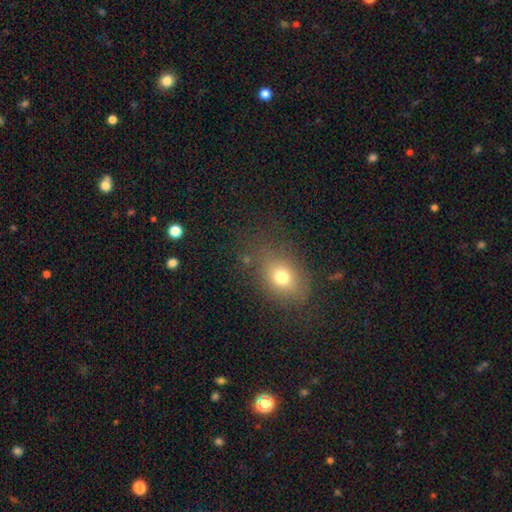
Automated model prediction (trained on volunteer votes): Smooth or featured? Predicted: smooth (p=0.69). How rounded? Predicted: in between (p=0.63). Merging? Predicted: none (p=0.77).